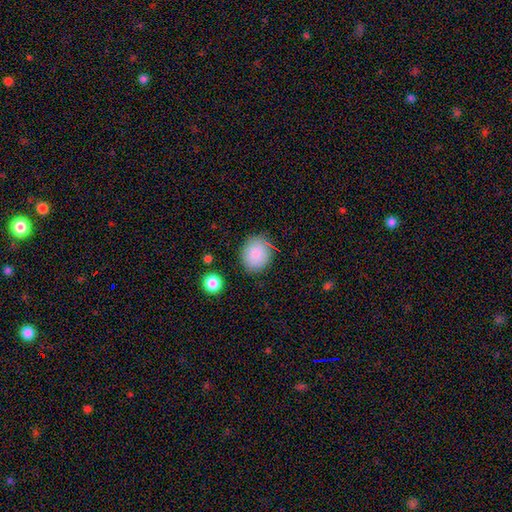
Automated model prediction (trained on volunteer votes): Q: Smooth or featured?
A: smooth (87%); runner-up: star or artifact (8%)
Q: How rounded?
A: round (60%); runner-up: in between (39%)
Q: Merging?
A: none (81%); runner-up: minor disturbance (13%)